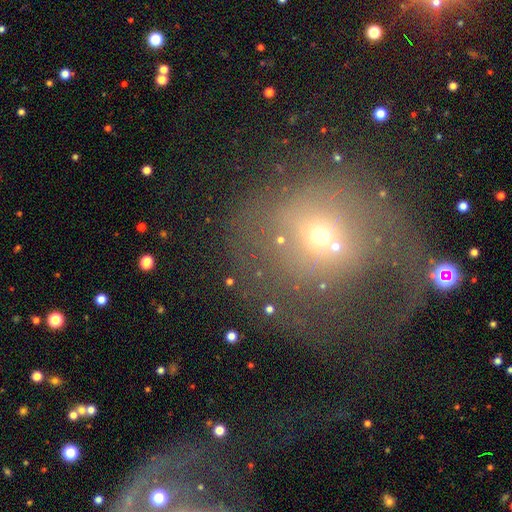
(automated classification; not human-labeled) smooth-or-featured: smooth: 41% | featured or disk: 35% | star or artifact: 24%
  merging: major disturbance: 35% | none: 32% | merger: 19% | minor disturbance: 14%